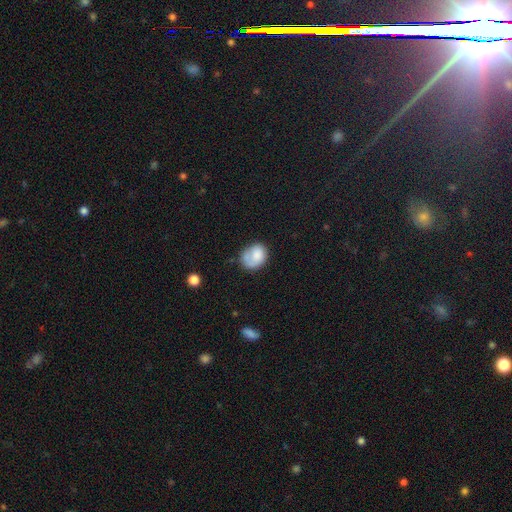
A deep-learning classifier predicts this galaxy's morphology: This appears to be a smooth galaxy with no disk features (75%) that is in between round and cigar-shaped (52%). Merging: none (51%).